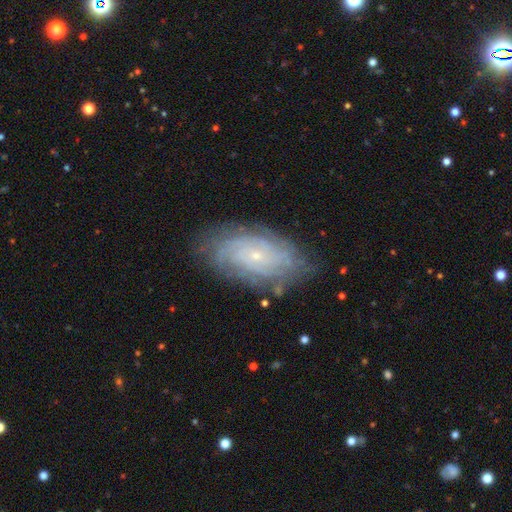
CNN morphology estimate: Overall: featured or disk (80%). Edge-on disk: no (95%). Bar: no (76%). Spiral arms: yes (94%). Spiral arm count: can't tell (44%; 4 17%). Spiral winding: tight (75%). Bulge size: small (83%). Merging: none (78%).